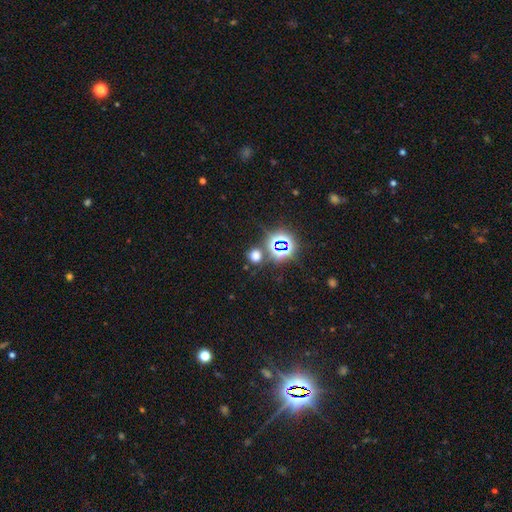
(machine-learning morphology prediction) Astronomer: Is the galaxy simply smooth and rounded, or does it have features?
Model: smooth — 54% (runner-up: star or artifact, 40%).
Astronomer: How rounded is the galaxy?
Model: round — 85%.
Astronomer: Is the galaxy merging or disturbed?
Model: none — 77%.